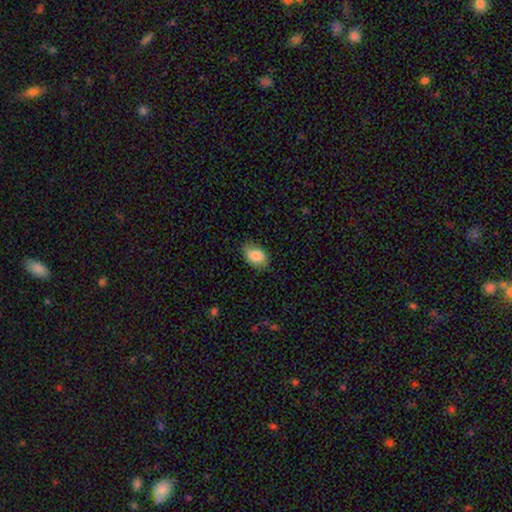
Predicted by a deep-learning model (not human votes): Smooth or featured? smooth (84%)
How rounded? in between (84%)
Merging? none (79%)